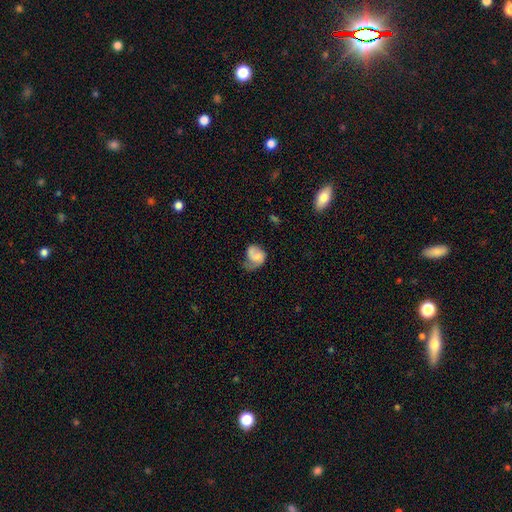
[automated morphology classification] Overall: smooth (47%; featured or disk 45%). Merging: major disturbance (34%; none 31%).